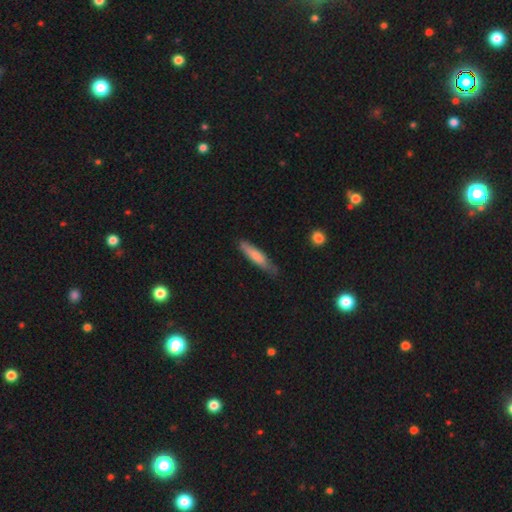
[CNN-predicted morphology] This is likely a smooth galaxy (74%). How rounded: clearly cigar-shaped (82%). Merging: likely none (69%).